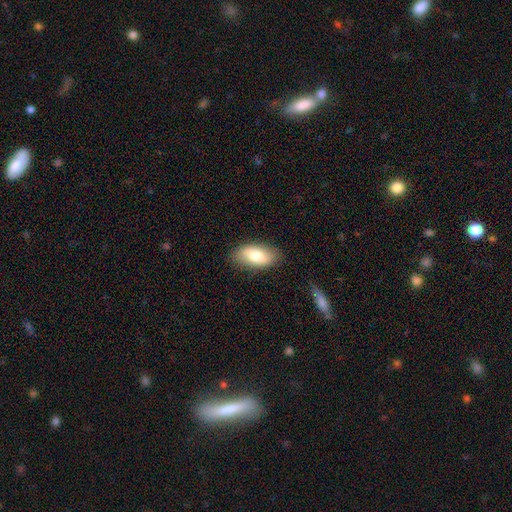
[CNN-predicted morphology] Smooth or featured? Predicted: smooth (p=0.75). How rounded? Predicted: in between (p=0.91). Merging? Predicted: none (p=0.85).